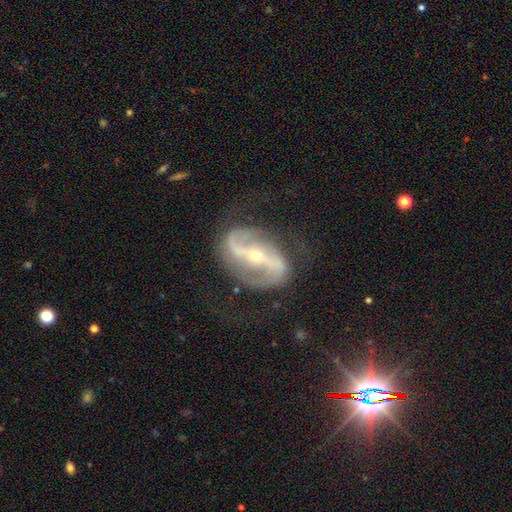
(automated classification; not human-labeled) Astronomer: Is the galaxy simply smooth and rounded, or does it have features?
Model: featured or disk — 90%.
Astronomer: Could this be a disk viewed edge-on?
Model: no — 96%.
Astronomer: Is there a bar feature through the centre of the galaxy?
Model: strong — 67%.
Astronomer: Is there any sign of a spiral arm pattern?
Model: yes — 94%.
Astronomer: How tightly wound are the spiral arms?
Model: loose — 48% (runner-up: medium, 38%).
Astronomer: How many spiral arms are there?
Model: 2 — 93%.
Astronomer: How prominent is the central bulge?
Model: small — 69%.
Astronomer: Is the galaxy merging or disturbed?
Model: none — 75%.